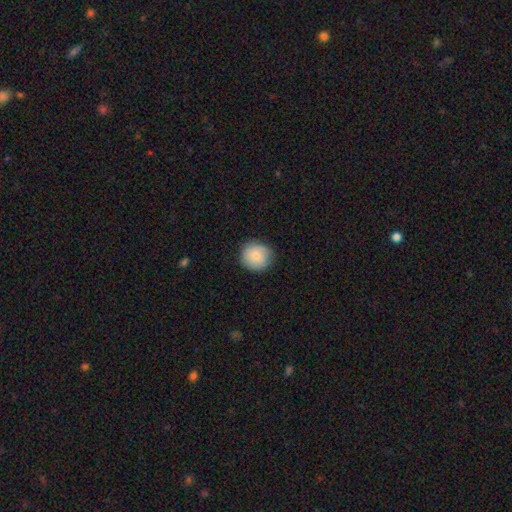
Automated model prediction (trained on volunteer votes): A smooth galaxy with no disk features (81%) that is round (90%).

Vote fractions:
- Smooth or featured? smooth: 81% / featured or disk: 12% / star or artifact: 7%
- How rounded? round: 90% / in between: 9% / cigar-shaped: 1%
- Merging? none: 84% / minor disturbance: 12% / major disturbance: 3% / merger: 1%